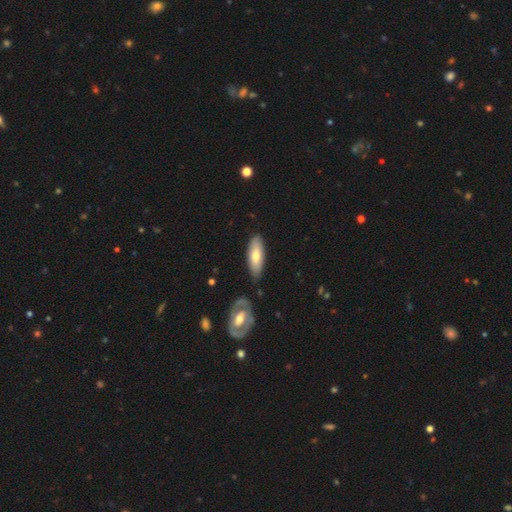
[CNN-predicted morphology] Smooth or featured? smooth (65%)
How rounded? in between (64%)
Merging? none (76%)